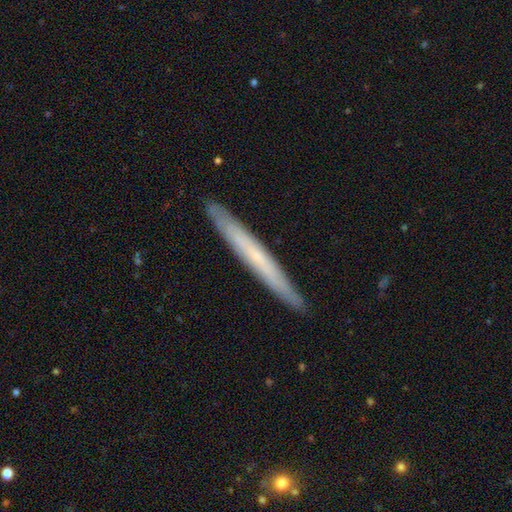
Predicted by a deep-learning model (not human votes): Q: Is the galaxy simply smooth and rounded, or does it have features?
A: featured or disk — 51%.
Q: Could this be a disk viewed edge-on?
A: yes — 93%.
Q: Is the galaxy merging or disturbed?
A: none — 91%.